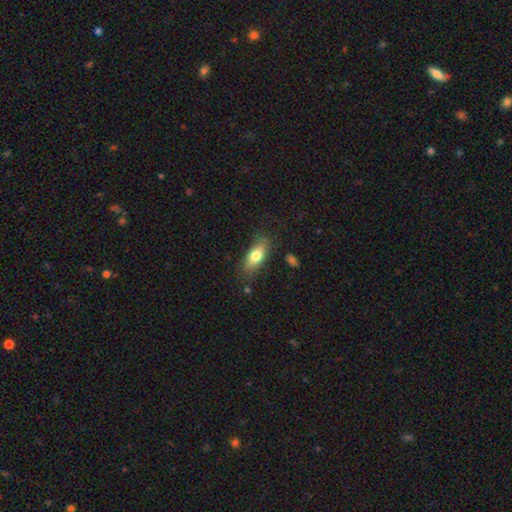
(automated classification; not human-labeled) This appears to be a smooth galaxy with no disk features (76%) that is in between round and cigar-shaped (80%). Merging: none (75%).